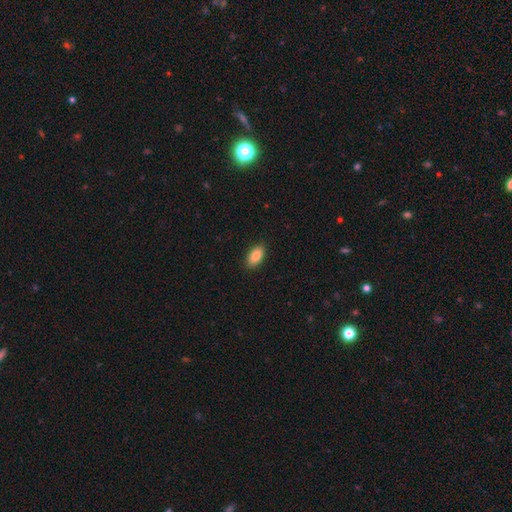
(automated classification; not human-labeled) Smooth or featured? smooth (84%)
How rounded? in between (92%)
Merging? none (89%)